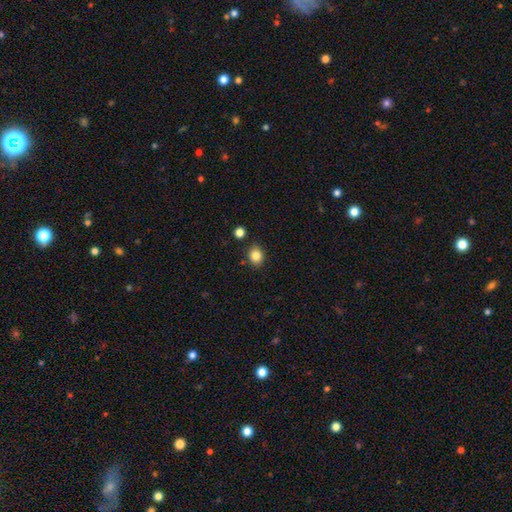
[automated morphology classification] A smooth galaxy with no disk features (85%) that is round (58%). Merging: none (86%).